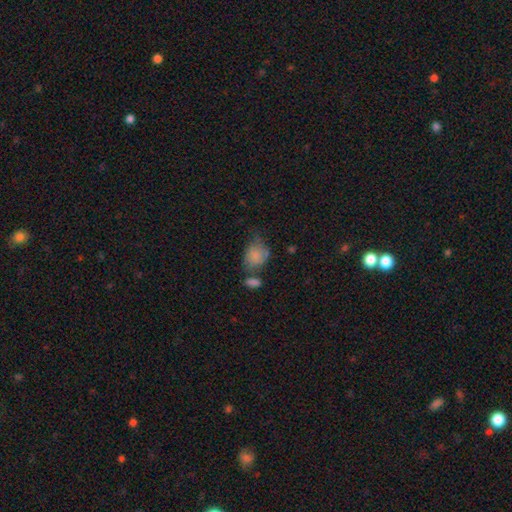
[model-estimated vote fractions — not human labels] smooth-or-featured: smooth: 80% | featured or disk: 12% | star or artifact: 8%
  how-rounded: in between: 59% | round: 39% | cigar-shaped: 1%
  merging: none: 36% | minor disturbance: 29% | merger: 21% | major disturbance: 15%